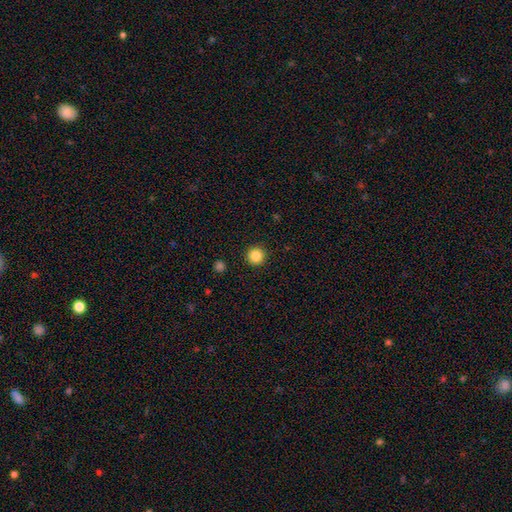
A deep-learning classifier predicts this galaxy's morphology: This is clearly a smooth galaxy (85%). How rounded: clearly round (96%). Merging: clearly none (93%).